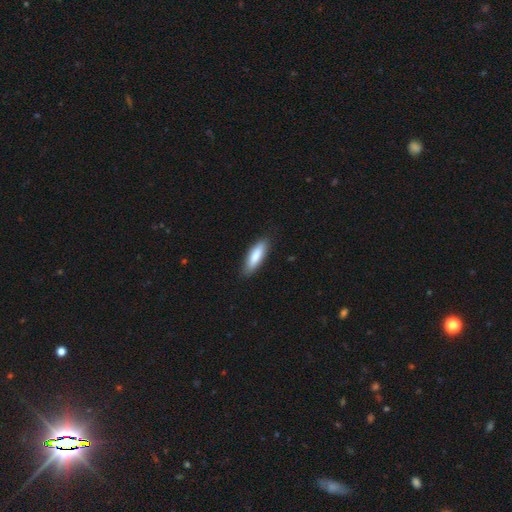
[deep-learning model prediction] Smooth or featured: smooth — 84% (featured or disk — 11%)
How rounded: cigar-shaped — 51% (in between — 47%)
Merging: none — 86% (minor disturbance — 11%)